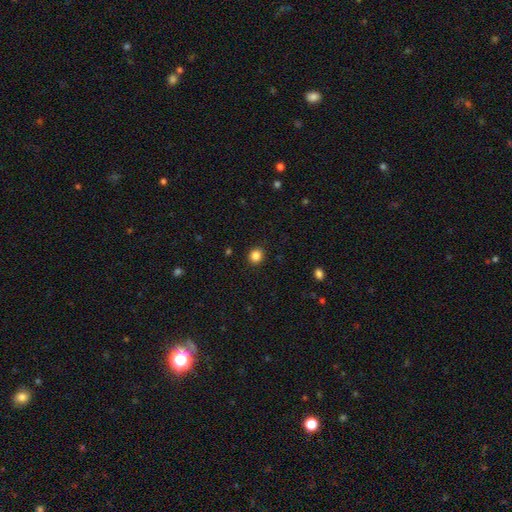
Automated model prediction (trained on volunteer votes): Smooth or featured? Predicted: smooth (p=0.85). How rounded? Predicted: round (p=0.85). Merging? Predicted: none (p=0.92).